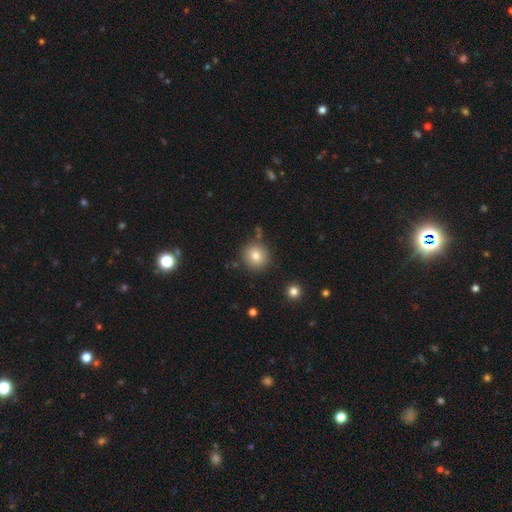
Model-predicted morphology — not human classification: Overall: smooth (80%). How rounded: round (90%). Merging: none (84%).